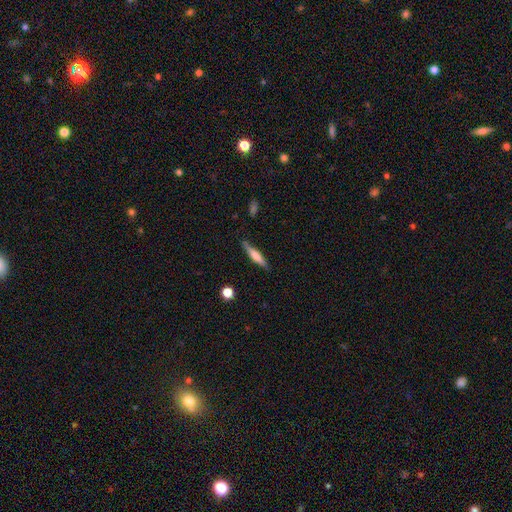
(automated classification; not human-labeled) Smooth or featured?
  - smooth: 57% *
  - featured or disk: 37%
  - star or artifact: 6%
How rounded?
  - cigar-shaped: 86% *
  - in between: 13%
  - round: 2%
Merging?
  - none: 82% *
  - minor disturbance: 13%
  - major disturbance: 3%
  - merger: 2%